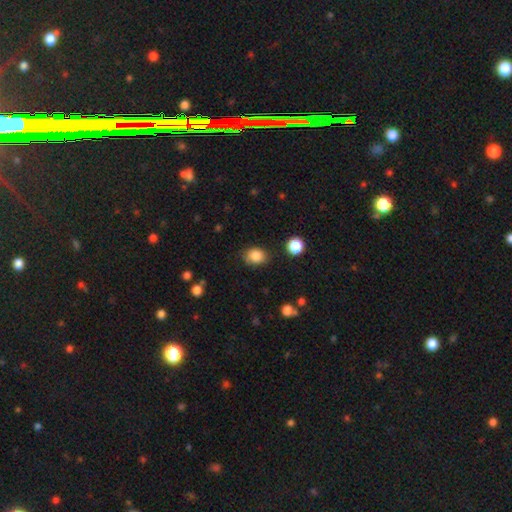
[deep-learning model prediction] Overall: smooth (85%). How rounded: in between (51%; round 48%). Merging: none (78%).